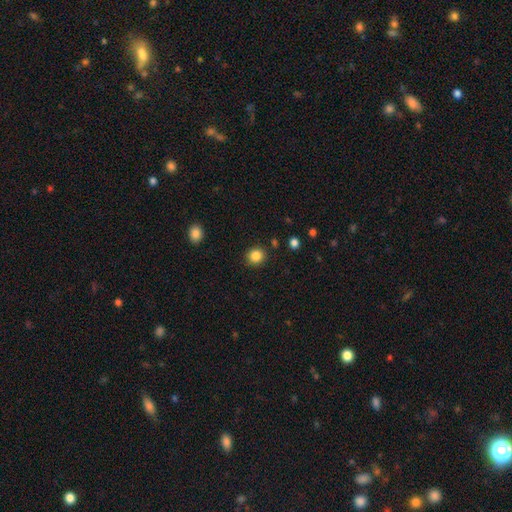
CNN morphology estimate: Q: Smooth or featured?
A: smooth (85%); runner-up: star or artifact (11%)
Q: How rounded?
A: round (87%); runner-up: in between (12%)
Q: Merging?
A: none (89%); runner-up: minor disturbance (7%)